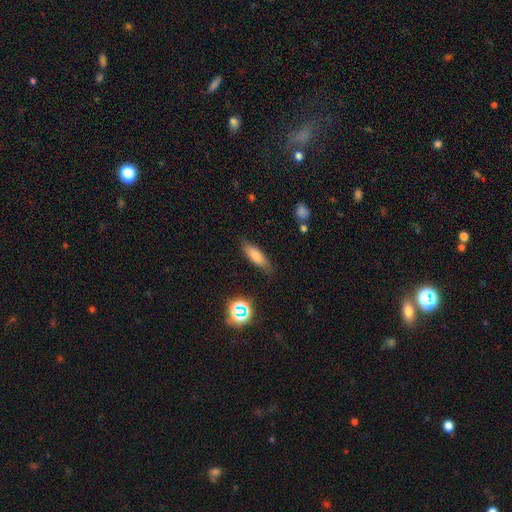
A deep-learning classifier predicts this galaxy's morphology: Smooth or featured? Predicted: smooth (p=0.75). How rounded? Predicted: cigar-shaped (p=0.50). Merging? Predicted: none (p=0.81).